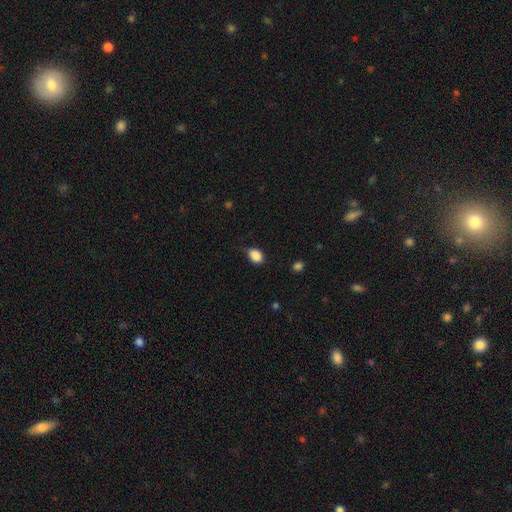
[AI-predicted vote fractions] Smooth or featured? smooth (88%)
How rounded? in between (72%)
Merging? none (68%)